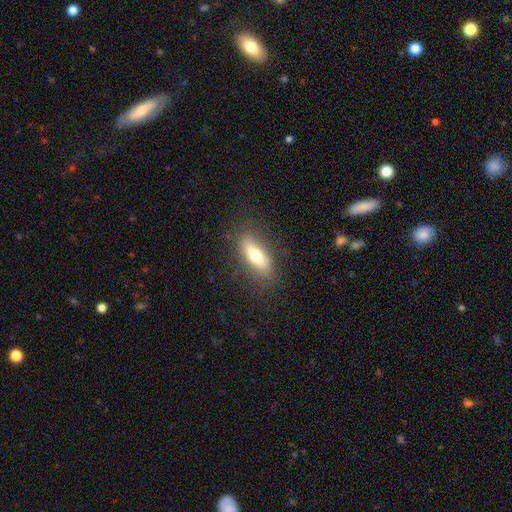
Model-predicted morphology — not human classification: Smooth or featured? Predicted: smooth (p=0.68). How rounded? Predicted: in between (p=0.58). Merging? Predicted: none (p=0.83).